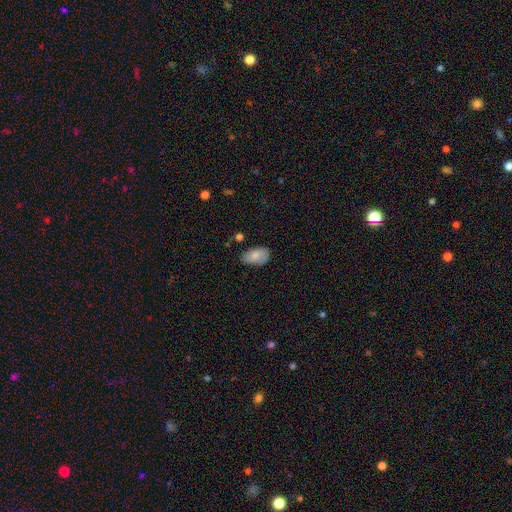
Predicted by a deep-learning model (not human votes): Smooth or featured?
  - smooth: 79% *
  - featured or disk: 14%
  - star or artifact: 7%
How rounded?
  - in between: 93% *
  - round: 6%
  - cigar-shaped: 2%
Merging?
  - none: 67% *
  - minor disturbance: 25%
  - major disturbance: 5%
  - merger: 3%